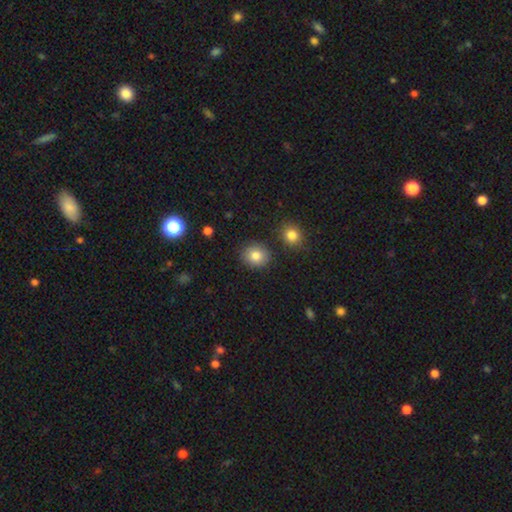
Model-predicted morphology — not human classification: type=smooth (84%); roundness=round (80%); merging=none (86%).